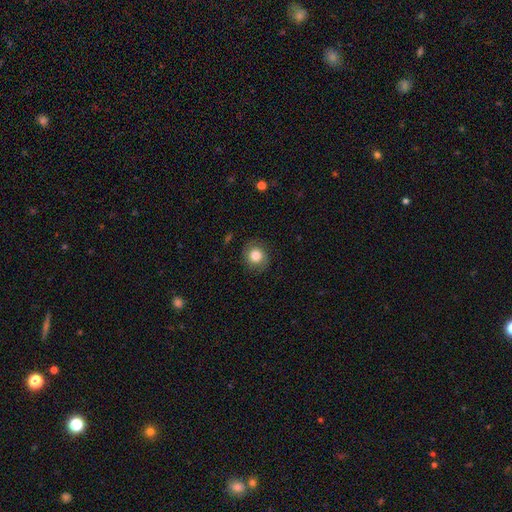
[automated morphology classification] This appears to be a smooth galaxy with no disk features (76%) that is round (82%). Merging: none (81%).